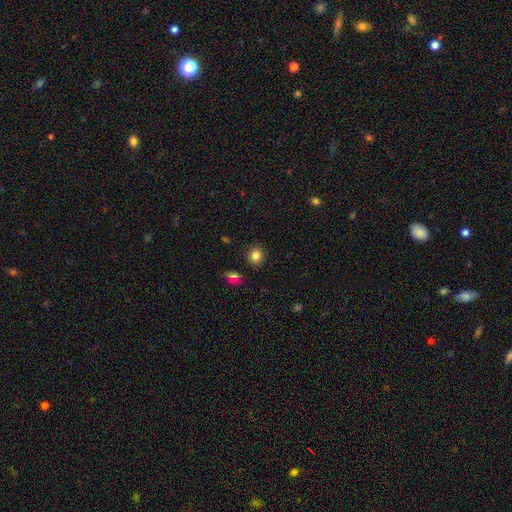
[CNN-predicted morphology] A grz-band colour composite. It shows a smooth galaxy with no disk features (83%) that is round (83%). Merging: none (90%).